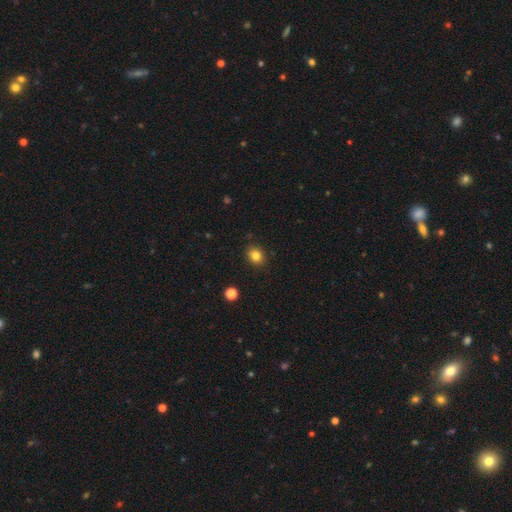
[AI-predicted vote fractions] Smooth or featured: smooth — 82% (star or artifact — 12%)
How rounded: round — 66% (in between — 33%)
Merging: none — 87% (minor disturbance — 9%)